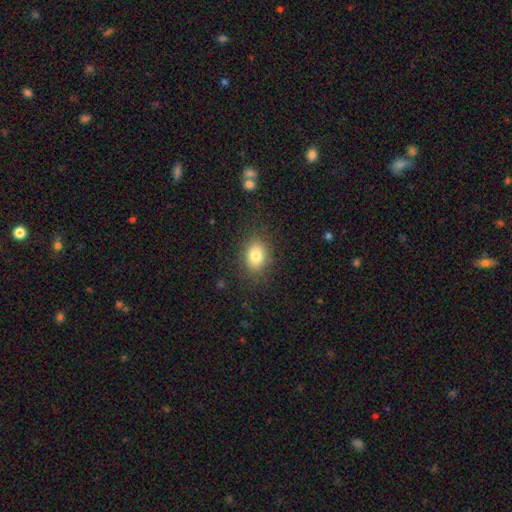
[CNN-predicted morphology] smooth-or-featured: smooth: 81% | star or artifact: 10% | featured or disk: 9%
  how-rounded: in between: 69% | round: 30% | cigar-shaped: 1%
  merging: none: 85% | minor disturbance: 10% | major disturbance: 4% | merger: 1%